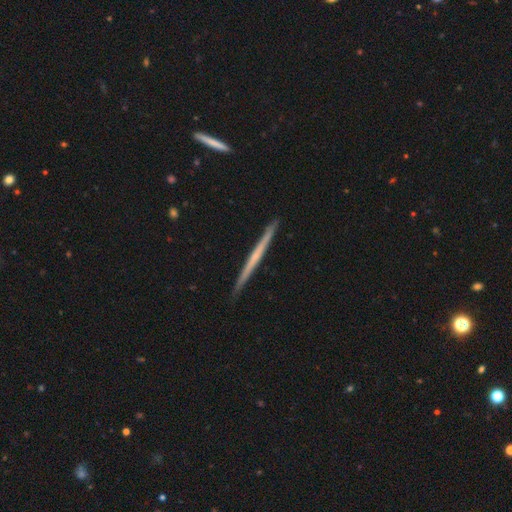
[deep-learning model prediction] This is likely a featured or disk galaxy (60%). It is clearly viewed edge-on (98%). Edge-on bulge: clearly none (84%). Merging: clearly none (92%).